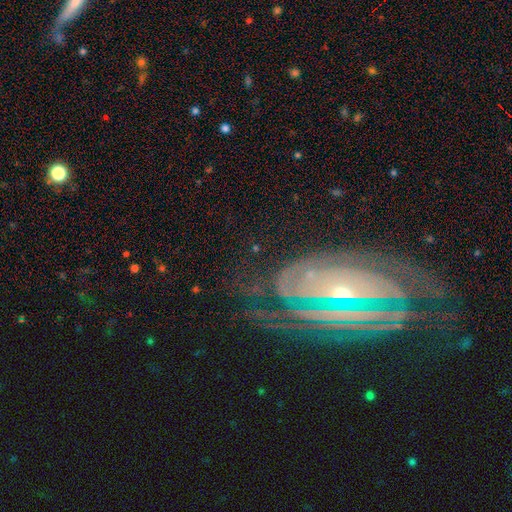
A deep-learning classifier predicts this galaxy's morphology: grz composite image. It shows a featured or disk galaxy (85%) with no bar (38%), 2 (27%) tight (75%) spiral arms (96%) and a small central bulge (71%). Merging: none (73%).